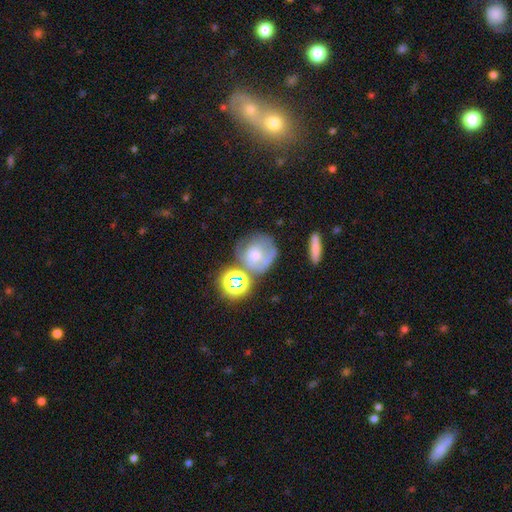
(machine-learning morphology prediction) Q: Smooth or featured?
A: featured or disk (42%); runner-up: smooth (37%)
Q: Merging?
A: none (49%); runner-up: minor disturbance (20%)